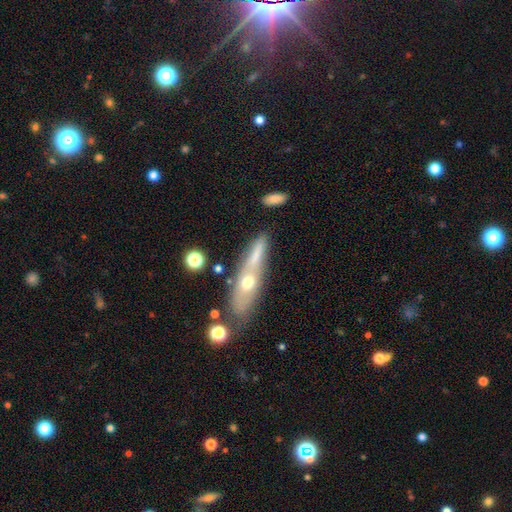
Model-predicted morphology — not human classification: smooth_or_featured: smooth (p=0.58) [alt: featured or disk p=0.33]
how_rounded: cigar-shaped (p=0.69) [alt: in between p=0.27]
merging: none (p=0.57) [alt: merger p=0.21]